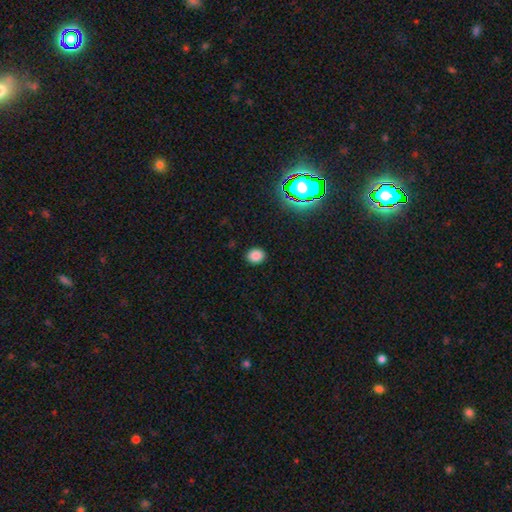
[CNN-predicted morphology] smooth-or-featured: smooth: 84% | star or artifact: 13% | featured or disk: 3%
  how-rounded: round: 56% | in between: 43% | cigar-shaped: 1%
  merging: none: 89% | minor disturbance: 8% | major disturbance: 2% | merger: 1%